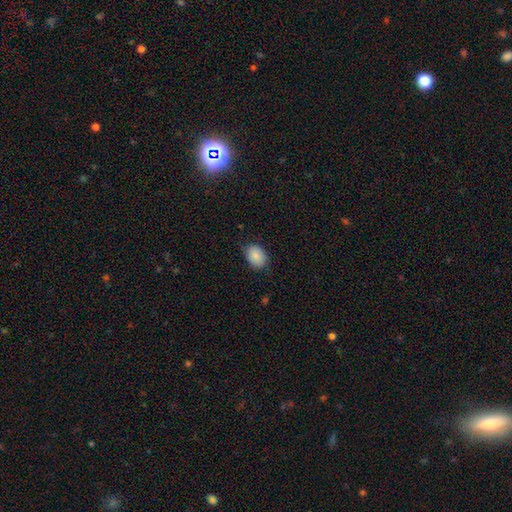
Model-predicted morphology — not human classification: This is clearly a smooth galaxy (87%). How rounded: likely in between (67%). Merging: likely none (77%).